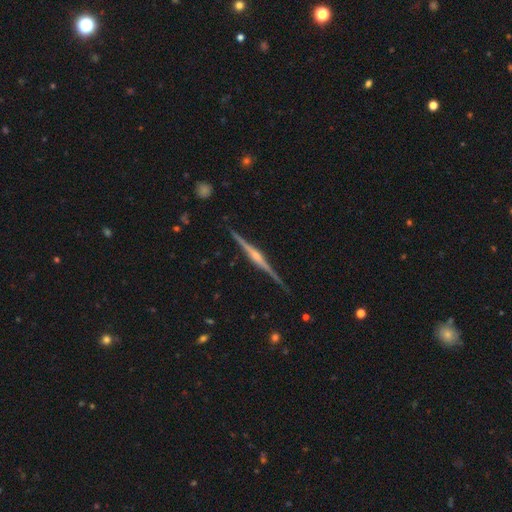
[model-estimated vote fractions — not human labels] This appears to be a featured or disk galaxy (87%) viewed edge-on (99%) with a rounded central bulge (81%). Merging: none (90%).